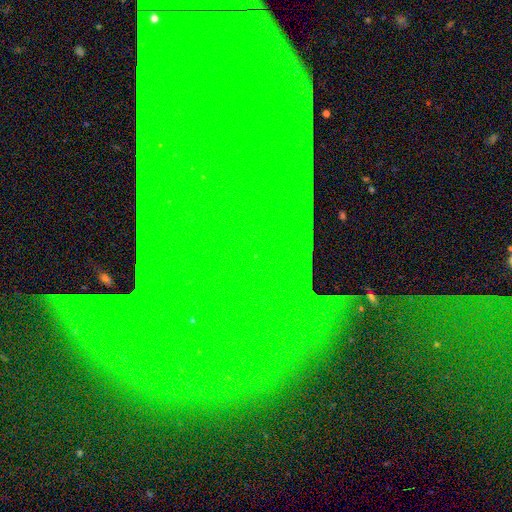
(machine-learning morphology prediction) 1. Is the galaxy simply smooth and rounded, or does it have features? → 85% star or artifact, 8% featured or disk, 7% smooth.